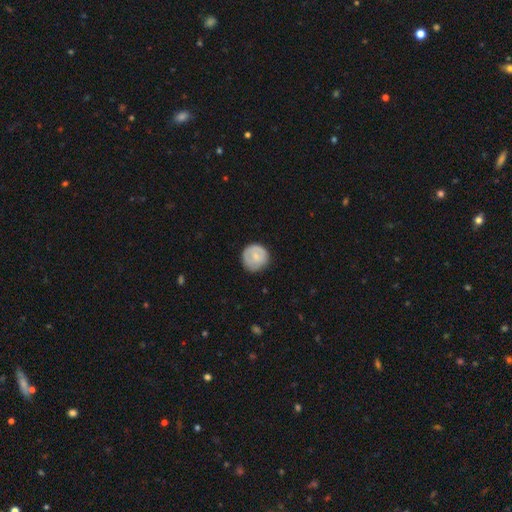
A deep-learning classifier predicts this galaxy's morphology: A smooth galaxy with no disk features (68%) that is round (93%). Merging: none (79%).